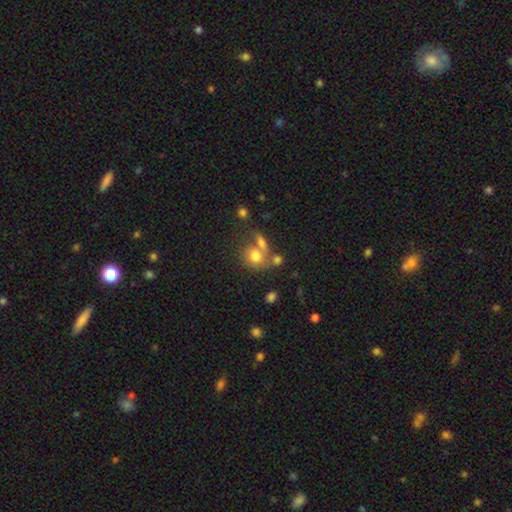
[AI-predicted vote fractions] Smooth or featured? Predicted: smooth (p=0.73). How rounded? Predicted: round (p=0.67). Merging? Predicted: none (p=0.45).